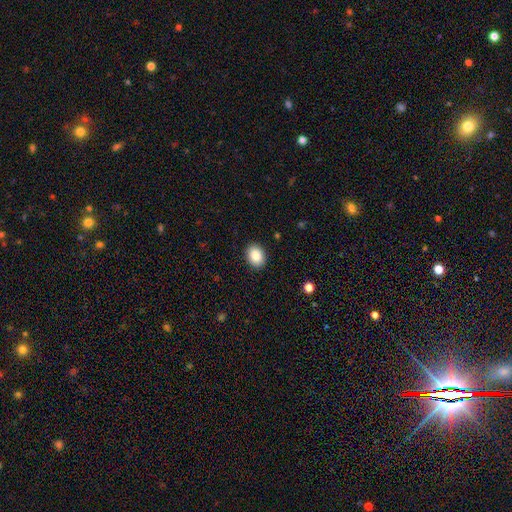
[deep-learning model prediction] Overall: smooth (88%). How rounded: in between (69%; round 30%). Merging: none (90%).